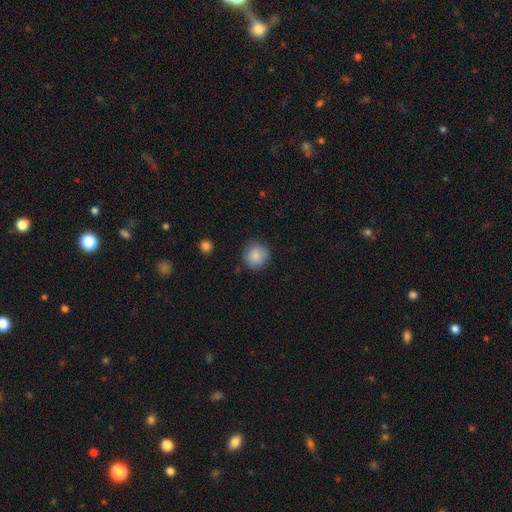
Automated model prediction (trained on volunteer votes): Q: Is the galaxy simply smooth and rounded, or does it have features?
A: smooth — 87%.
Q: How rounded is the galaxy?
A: round — 91%.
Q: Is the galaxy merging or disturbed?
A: none — 82%.